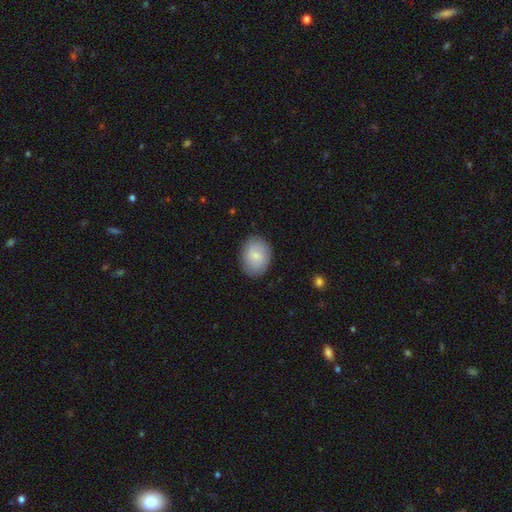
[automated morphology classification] Smooth or featured? smooth (72%)
How rounded? in between (58%)
Merging? none (84%)